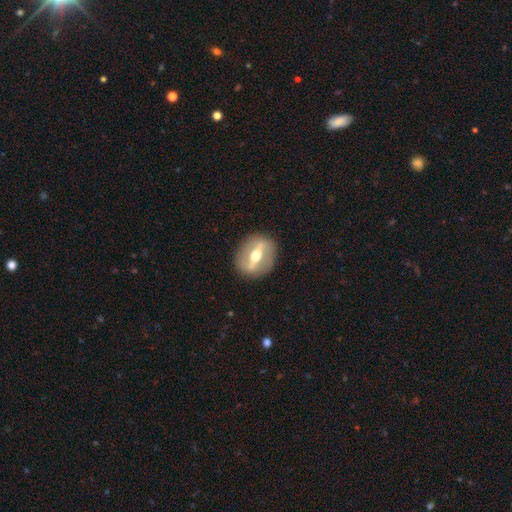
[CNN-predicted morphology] smooth-or-featured: featured or disk: 75% | smooth: 19% | star or artifact: 6%
  disk-edge-on: no: 72% | yes: 28%
    bar: strong: 75% | weak: 17% | no: 8%
    has-spiral-arms: no: 74% | yes: 26%
    bulge-size: moderate: 75% | small: 11% | large: 11% | dominant: 1% | none: 1%
  merging: none: 88% | minor disturbance: 8% | major disturbance: 3% | merger: 1%